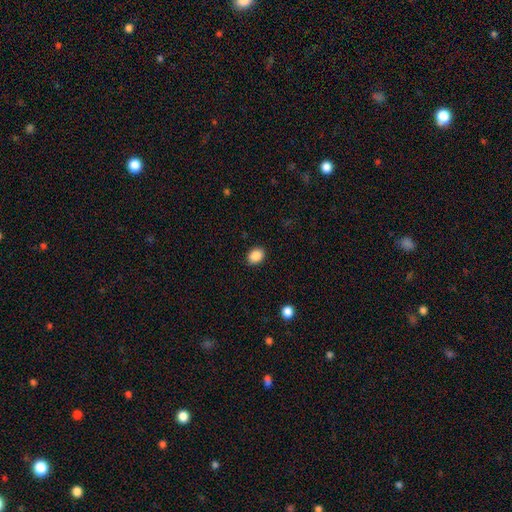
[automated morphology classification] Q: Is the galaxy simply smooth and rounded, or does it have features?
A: smooth — 88%.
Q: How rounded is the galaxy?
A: in between — 60%.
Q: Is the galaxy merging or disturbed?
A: none — 90%.